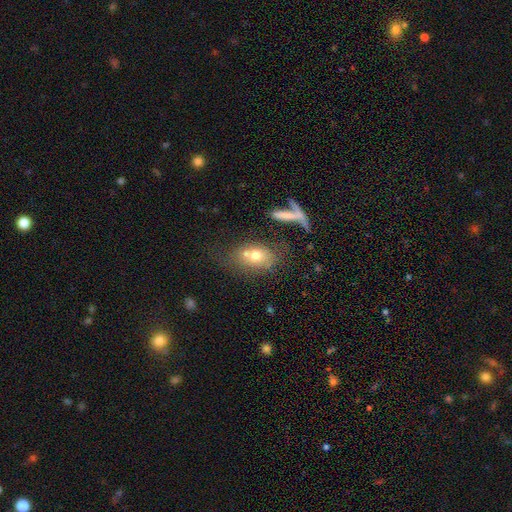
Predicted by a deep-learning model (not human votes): The model was most divided on "merging": none: 48%, merger: 26%, minor disturbance: 16%, major disturbance: 10%. More confident: smooth or featured — smooth (69%); how rounded — in between (68%).